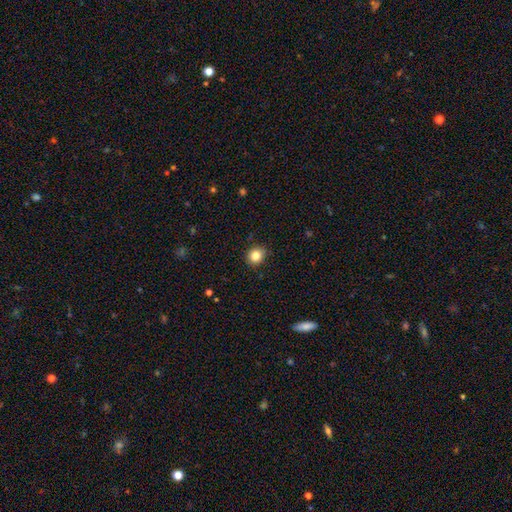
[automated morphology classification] A smooth galaxy with no disk features (84%) that is round (80%).

Vote fractions:
- Smooth or featured? smooth: 84% / star or artifact: 11% / featured or disk: 5%
- How rounded? round: 80% / in between: 19% / cigar-shaped: 1%
- Merging? none: 88% / minor disturbance: 9% / major disturbance: 2% / merger: 1%